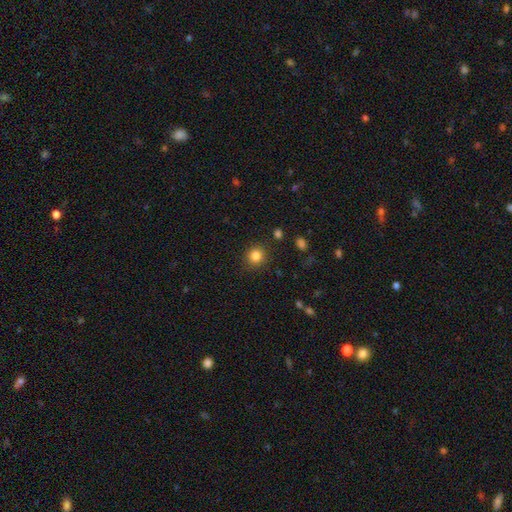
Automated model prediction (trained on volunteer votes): A smooth galaxy with no disk features (84%) that is round (86%).

Vote fractions:
- Smooth or featured? smooth: 84% / star or artifact: 11% / featured or disk: 5%
- How rounded? round: 86% / in between: 13% / cigar-shaped: 1%
- Merging? none: 88% / minor disturbance: 7% / major disturbance: 3% / merger: 2%